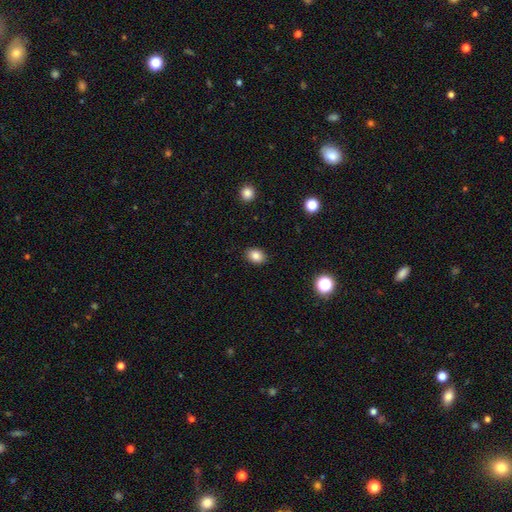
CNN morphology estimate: A smooth galaxy with no disk features (84%) that is in between round and cigar-shaped (67%). Merging: none (89%).